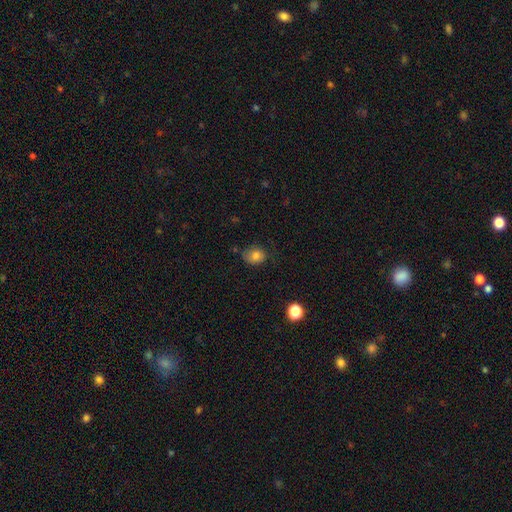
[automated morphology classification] This is likely a smooth galaxy (80%). How rounded: possibly round (55%). Merging: likely none (62%).